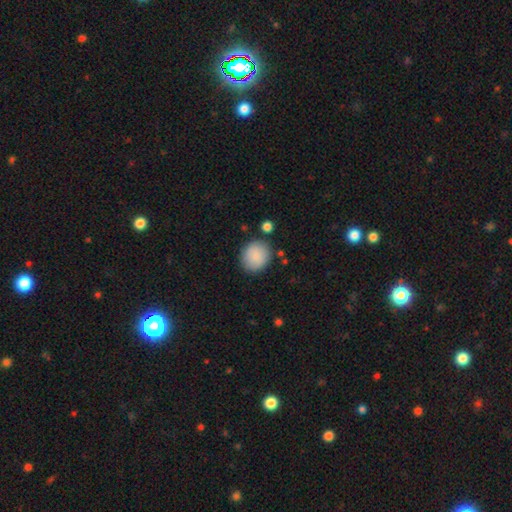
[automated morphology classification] smooth_or_featured: smooth (p=0.87) [alt: star or artifact p=0.07]
how_rounded: round (p=0.80) [alt: in between p=0.19]
merging: none (p=0.82) [alt: minor disturbance p=0.10]